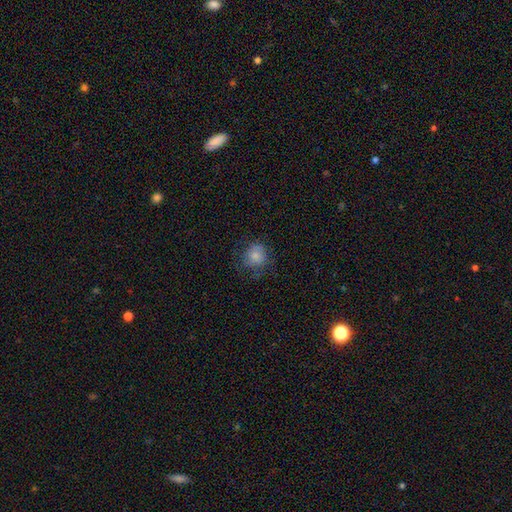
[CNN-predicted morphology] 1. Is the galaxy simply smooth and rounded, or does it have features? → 78% smooth, 12% featured or disk, 9% star or artifact.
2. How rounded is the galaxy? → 82% round, 17% in between, 1% cigar-shaped.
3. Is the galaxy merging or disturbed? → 64% none, 22% minor disturbance, 13% major disturbance, 1% merger.